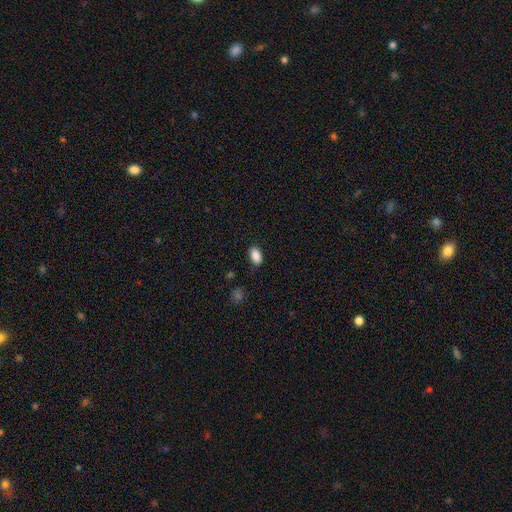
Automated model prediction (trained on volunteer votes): smooth-or-featured: smooth: 88% | star or artifact: 8% | featured or disk: 3%
  how-rounded: in between: 92% | round: 6% | cigar-shaped: 3%
  merging: none: 85% | minor disturbance: 11% | major disturbance: 3% | merger: 1%